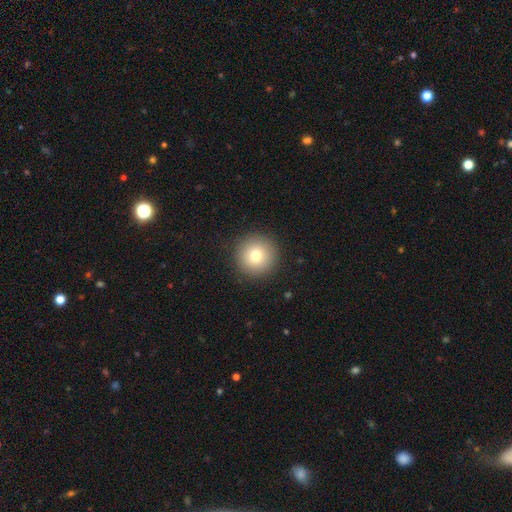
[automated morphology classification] smooth_or_featured: smooth (p=0.77) [alt: star or artifact p=0.12]
how_rounded: round (p=0.96) [alt: in between p=0.03]
merging: none (p=0.91) [alt: minor disturbance p=0.05]